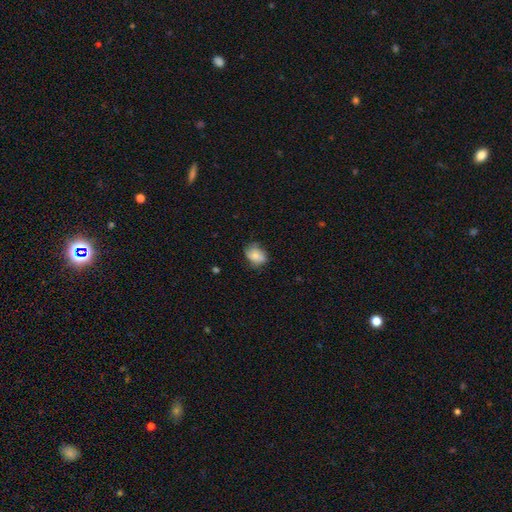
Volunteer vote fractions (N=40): Morphology: type=smooth (65%); roundness=in between (73%); merging=none (51%).